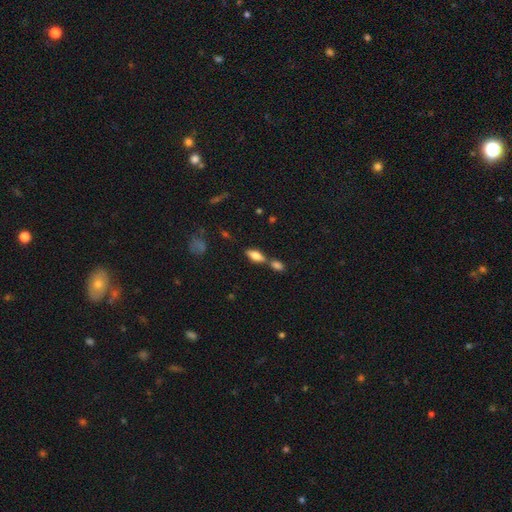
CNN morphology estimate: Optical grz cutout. It shows a smooth galaxy with no disk features (64%) that is in between round and cigar-shaped (74%). Merging: none (50%).